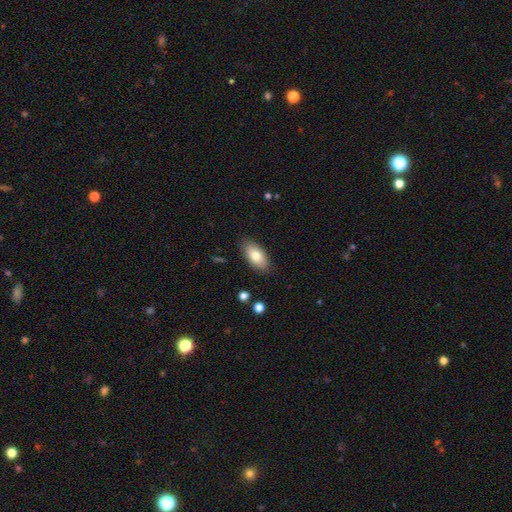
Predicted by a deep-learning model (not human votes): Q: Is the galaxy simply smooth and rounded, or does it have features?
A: smooth — 78%.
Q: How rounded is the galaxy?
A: in between — 92%.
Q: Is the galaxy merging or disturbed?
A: none — 86%.